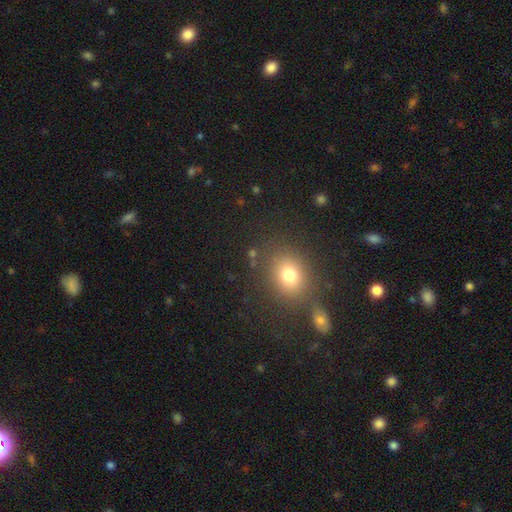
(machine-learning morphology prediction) This is likely a smooth galaxy (70%). How rounded: likely round (61%). Merging: likely none (77%).